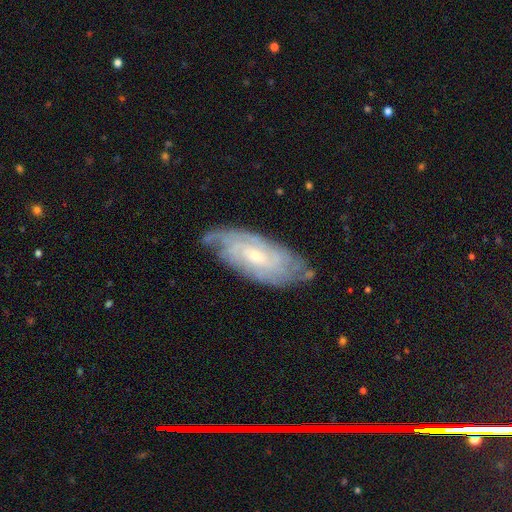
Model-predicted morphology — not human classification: Smooth or featured? Predicted: featured or disk (p=0.81). Edge-on disk? Predicted: no (p=0.91). Bar? Predicted: no (p=0.57). Spiral arms? Predicted: yes (p=0.94). Spiral winding? Predicted: tight (p=0.74). Spiral arm count? Predicted: can't tell (p=0.49). Bulge size? Predicted: small (p=0.71). Merging? Predicted: none (p=0.72).